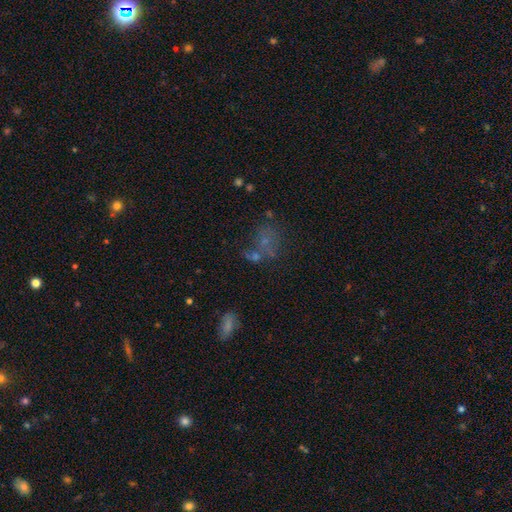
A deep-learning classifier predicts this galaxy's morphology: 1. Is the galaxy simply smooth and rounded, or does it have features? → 46% smooth, 30% star or artifact, 25% featured or disk.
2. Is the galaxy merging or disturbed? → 42% none, 26% merger, 17% major disturbance, 15% minor disturbance.